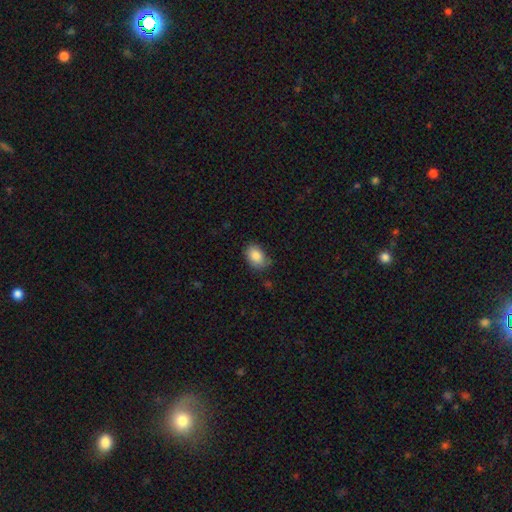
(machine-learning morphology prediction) type=smooth (86%); roundness=in between (83%); merging=none (68%).